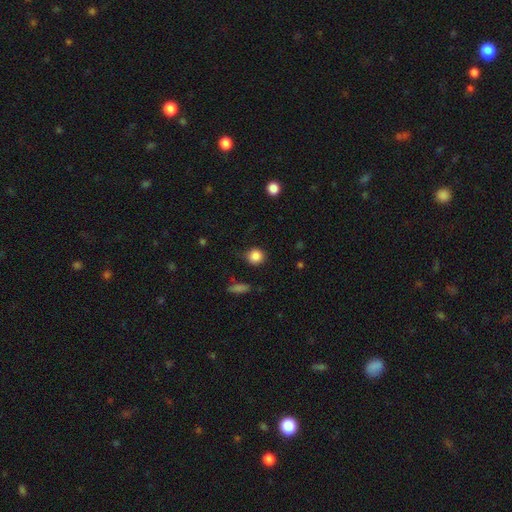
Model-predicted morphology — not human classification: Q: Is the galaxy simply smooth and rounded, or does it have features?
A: smooth — 86%.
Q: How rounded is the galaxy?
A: round — 89%.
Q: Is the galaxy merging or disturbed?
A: none — 81%.